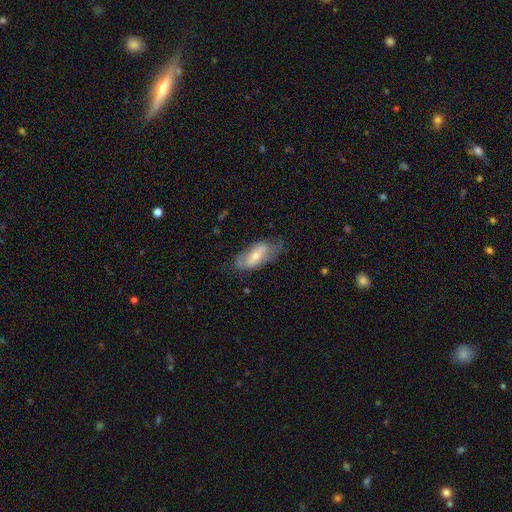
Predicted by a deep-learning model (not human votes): Morphology: type=featured or disk (47%); merging=none (60%).